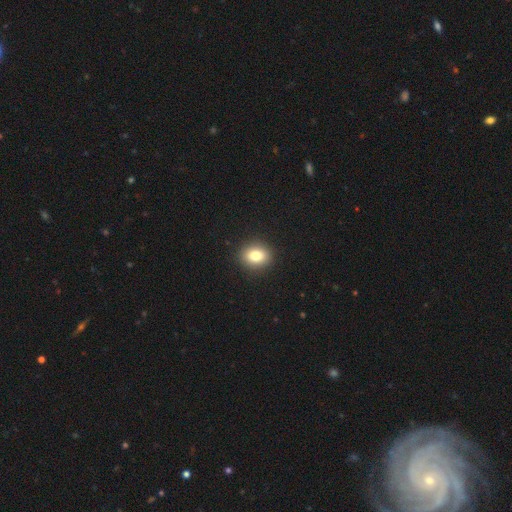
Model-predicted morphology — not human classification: type=smooth (80%); roundness=round (62%); merging=none (91%).